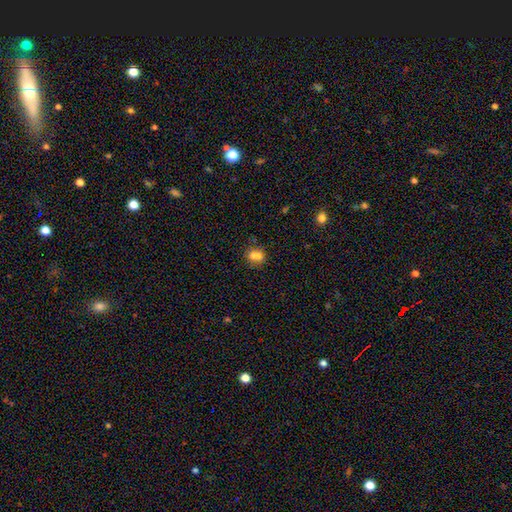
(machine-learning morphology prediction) smooth 71%, featured or disk 16%, star or artifact 13%. Down the decision tree: how rounded — round (65%); merging — merger (44%).